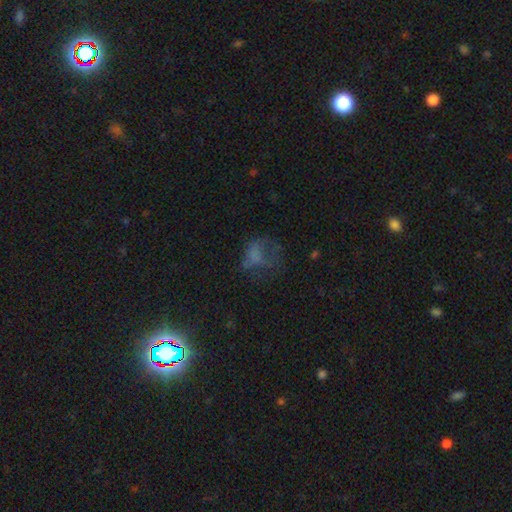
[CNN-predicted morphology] This is possibly a smooth galaxy (47%). Merging: marginally major disturbance (44%).